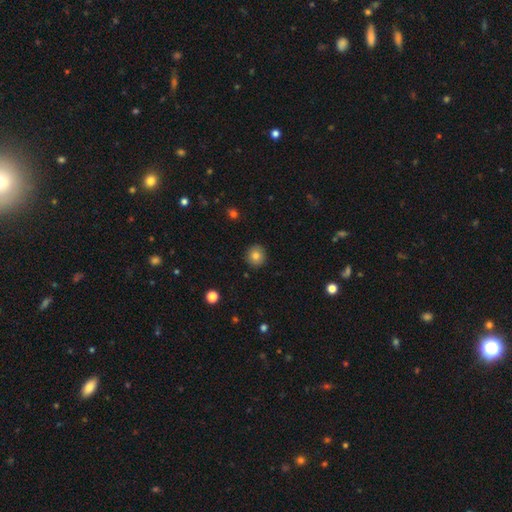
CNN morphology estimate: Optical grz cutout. It shows a smooth galaxy with no disk features (83%) that is round (93%). Merging: none (91%).